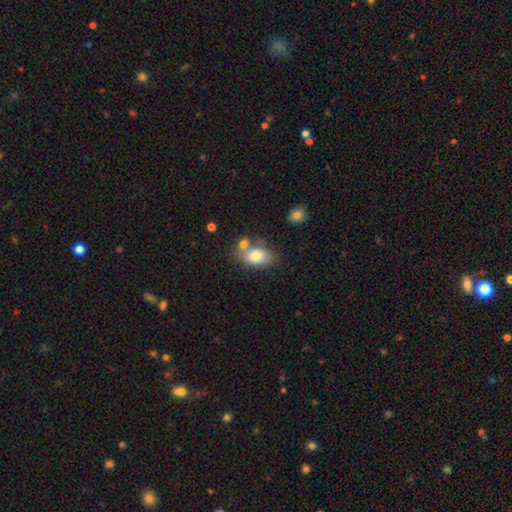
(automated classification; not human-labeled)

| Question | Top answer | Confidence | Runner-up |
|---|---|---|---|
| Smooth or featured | smooth | 80% | featured or disk (12%) |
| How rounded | in between | 88% | round (11%) |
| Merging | none | 49% | merger (29%) |